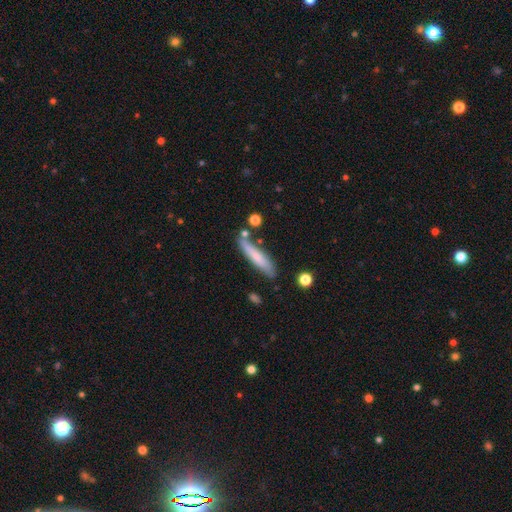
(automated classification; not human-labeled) Q: Smooth or featured?
A: smooth (67%); runner-up: featured or disk (26%)
Q: How rounded?
A: cigar-shaped (89%); runner-up: in between (10%)
Q: Merging?
A: none (73%); runner-up: minor disturbance (17%)